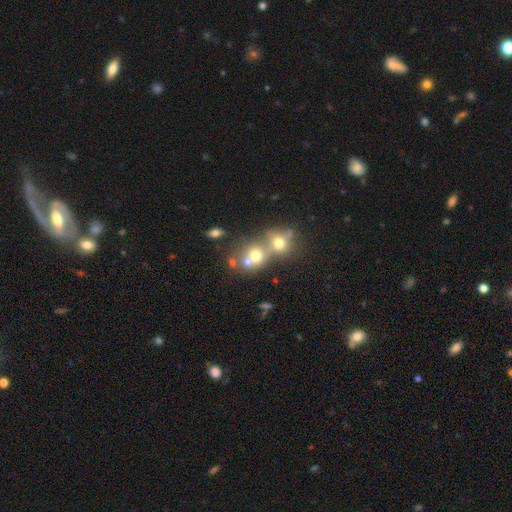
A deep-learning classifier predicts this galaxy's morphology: smooth_or_featured: smooth (p=0.65) [alt: featured or disk p=0.19]
how_rounded: round (p=0.73) [alt: in between p=0.26]
merging: merger (p=0.56) [alt: none p=0.33]